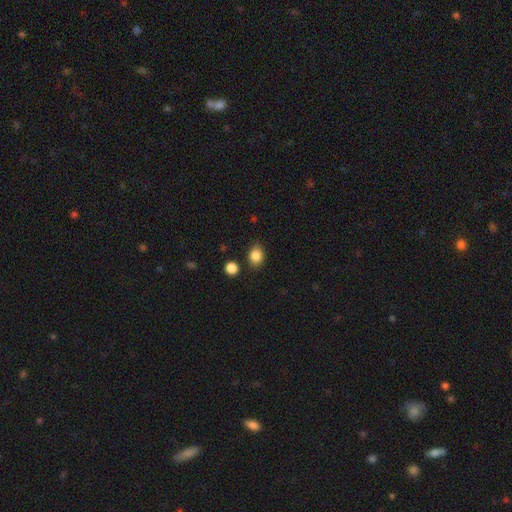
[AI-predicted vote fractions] Smooth or featured?
  - smooth: 86% *
  - star or artifact: 10%
  - featured or disk: 5%
How rounded?
  - in between: 54% *
  - round: 45%
  - cigar-shaped: 1%
Merging?
  - none: 81% *
  - minor disturbance: 12%
  - merger: 4%
  - major disturbance: 3%